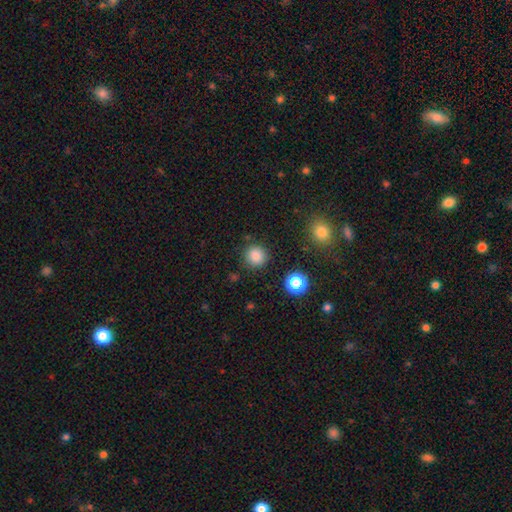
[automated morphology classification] The model was most divided on "smooth or featured": smooth: 84%, star or artifact: 12%, featured or disk: 5%. More confident: how rounded — round (92%); merging — none (87%).